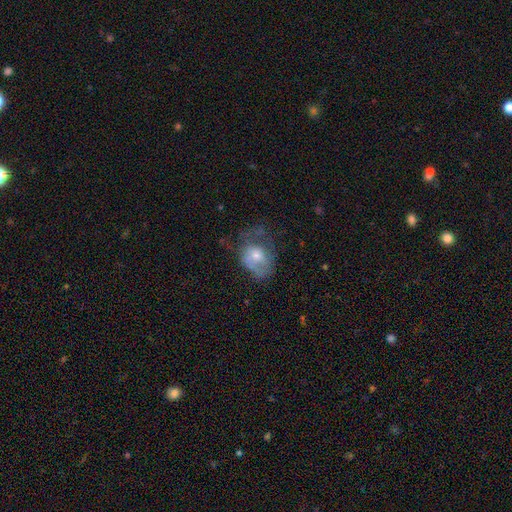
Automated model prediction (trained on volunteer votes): Smooth or featured? featured or disk (45%, tied with smooth)
Merging? major disturbance (36%)